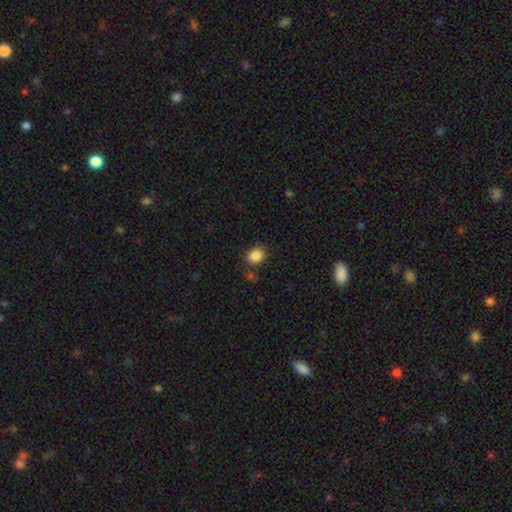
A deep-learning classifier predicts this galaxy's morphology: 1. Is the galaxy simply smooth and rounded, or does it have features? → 87% smooth, 10% star or artifact, 4% featured or disk.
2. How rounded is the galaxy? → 51% round, 48% in between, 1% cigar-shaped.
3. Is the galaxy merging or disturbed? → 78% none, 13% minor disturbance, 5% merger, 4% major disturbance.